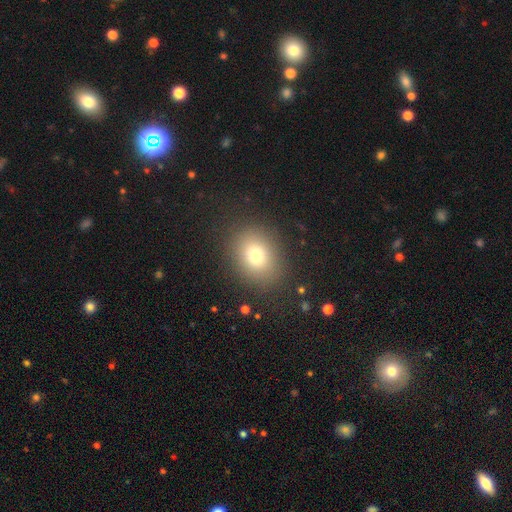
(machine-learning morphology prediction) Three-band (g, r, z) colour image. It shows a smooth galaxy with no disk features (76%) that is round (55%). Merging: none (85%).